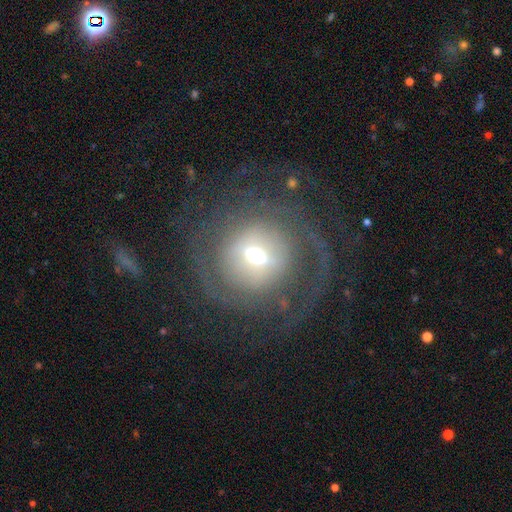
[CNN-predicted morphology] Smooth or featured? Predicted: featured or disk (p=0.57). Edge-on disk? Predicted: no (p=0.93). Bar? Predicted: no (p=0.49). Spiral arms? Predicted: yes (p=0.53). Bulge size? Predicted: moderate (p=0.58). Merging? Predicted: none (p=0.61).